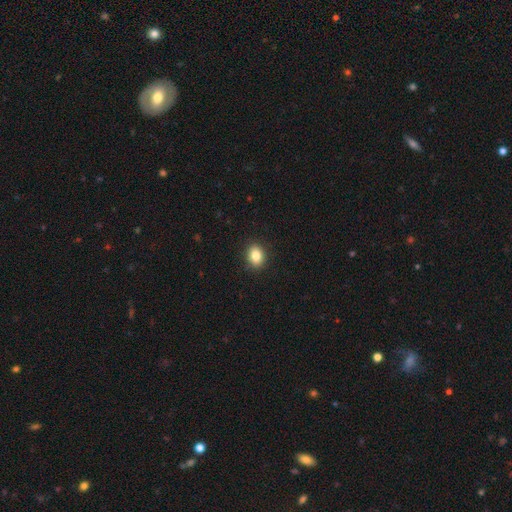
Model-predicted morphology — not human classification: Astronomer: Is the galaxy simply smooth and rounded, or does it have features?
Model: smooth — 84%.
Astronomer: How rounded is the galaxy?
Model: in between — 53% (runner-up: round, 46%).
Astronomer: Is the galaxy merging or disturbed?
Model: none — 91%.